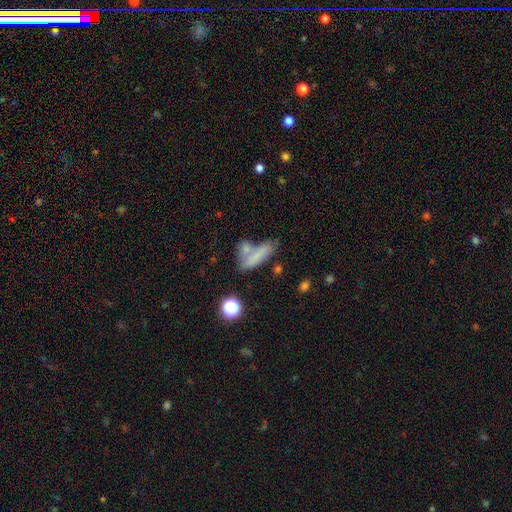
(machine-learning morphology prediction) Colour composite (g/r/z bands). It shows a smooth galaxy with no disk features (69%) that is in between round and cigar-shaped (49%). Merging: merger (38%).